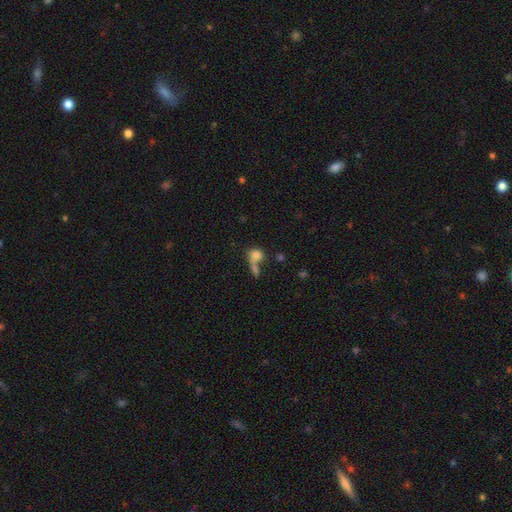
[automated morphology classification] type=smooth (76%); roundness=round (57%); merging=merger (47%).